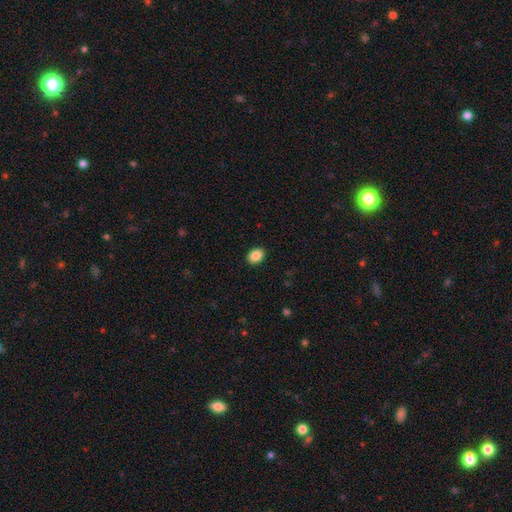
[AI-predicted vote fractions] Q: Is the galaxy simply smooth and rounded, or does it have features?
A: smooth — 88%.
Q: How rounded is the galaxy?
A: in between — 66%.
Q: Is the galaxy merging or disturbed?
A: none — 91%.